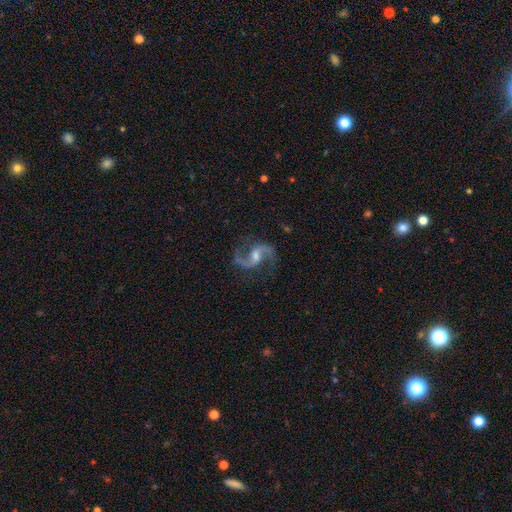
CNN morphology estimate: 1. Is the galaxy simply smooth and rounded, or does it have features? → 92% featured or disk, 5% star or artifact, 3% smooth.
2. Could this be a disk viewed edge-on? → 98% no, 2% yes.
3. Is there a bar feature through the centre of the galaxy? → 47% weak, 35% no, 19% strong.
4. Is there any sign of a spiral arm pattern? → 98% yes, 2% no.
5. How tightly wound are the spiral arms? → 48% medium, 45% loose, 7% tight.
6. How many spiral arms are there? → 94% 2, 1% can't tell, 1% 1, 1% 3, 1% 4, 1% more than 4.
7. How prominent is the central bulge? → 58% moderate, 31% small, 6% large, 4% none, 1% dominant.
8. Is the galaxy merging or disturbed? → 81% none, 12% minor disturbance, 6% major disturbance, 1% merger.